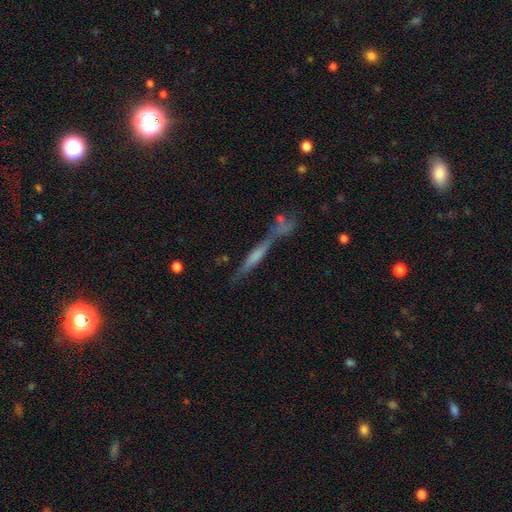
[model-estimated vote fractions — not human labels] featured or disk 60%, smooth 30%, star or artifact 10%. Down the decision tree: edge-on disk — yes (91%); edge-on bulge — none (38%); merging — none (57%).